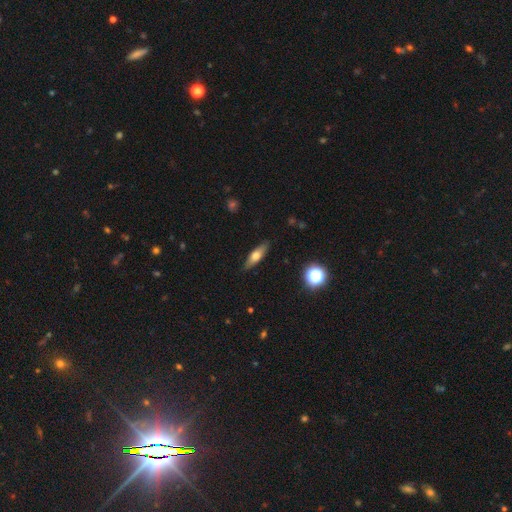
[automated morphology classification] Q: Smooth or featured?
A: smooth (57%); runner-up: featured or disk (35%)
Q: How rounded?
A: cigar-shaped (54%); runner-up: in between (42%)
Q: Merging?
A: none (86%); runner-up: minor disturbance (10%)